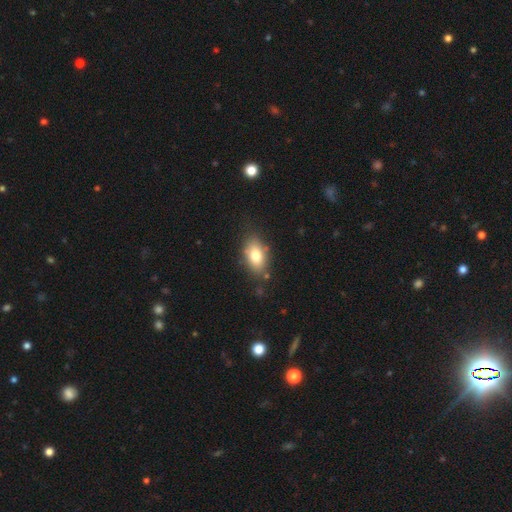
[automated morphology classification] Smooth or featured?
  - smooth: 77% *
  - featured or disk: 14%
  - star or artifact: 8%
How rounded?
  - in between: 87% *
  - round: 10%
  - cigar-shaped: 3%
Merging?
  - none: 75% *
  - minor disturbance: 18%
  - major disturbance: 4%
  - merger: 4%